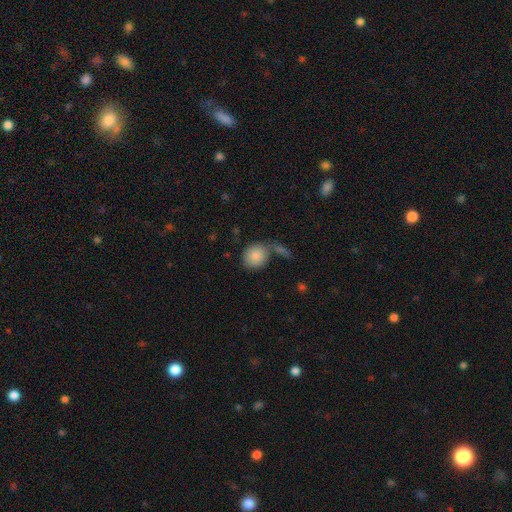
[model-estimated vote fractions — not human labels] Overall: smooth (86%). How rounded: round (70%). Merging: none (55%; merger 22%).